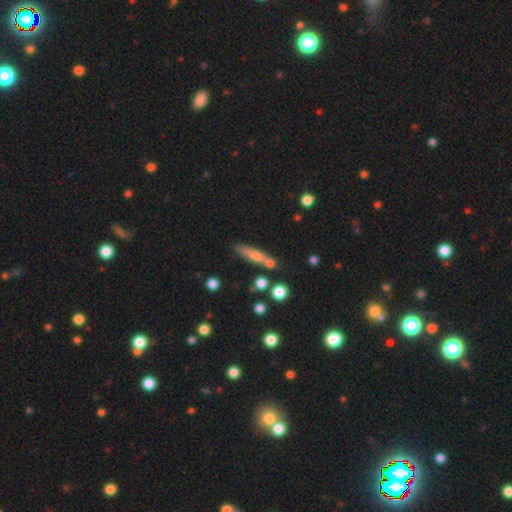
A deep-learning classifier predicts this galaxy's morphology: type=smooth (61%); roundness=cigar-shaped (79%); merging=none (67%).